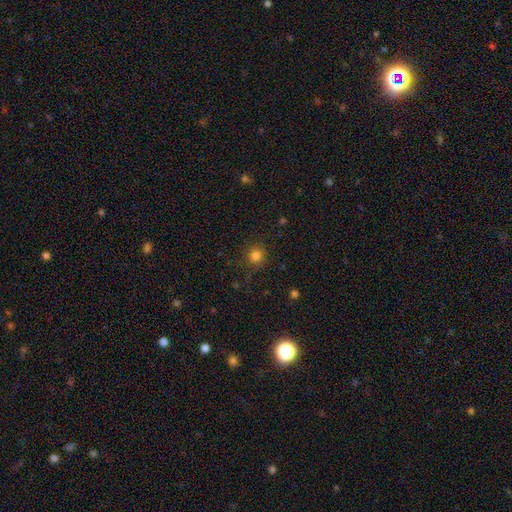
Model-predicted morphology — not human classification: smooth_or_featured: smooth (p=0.81) [alt: star or artifact p=0.14]
how_rounded: round (p=0.92) [alt: in between p=0.07]
merging: none (p=0.86) [alt: minor disturbance p=0.09]